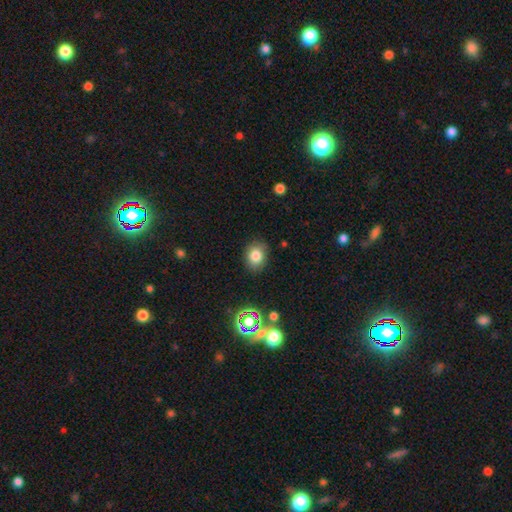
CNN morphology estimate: A smooth galaxy with no disk features (79%) that is round (53%). Merging: none (83%).